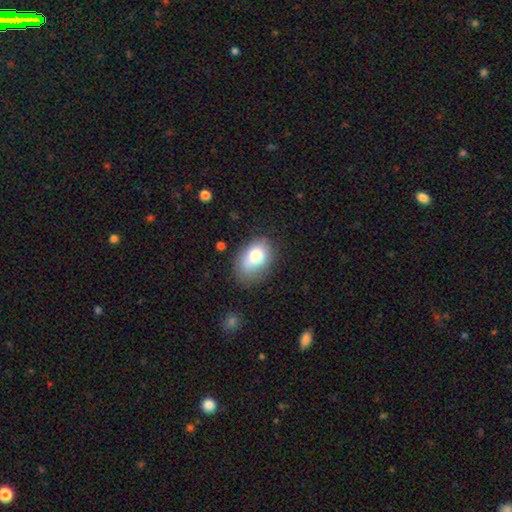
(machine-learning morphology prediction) Overall: smooth (78%). How rounded: in between (83%). Merging: none (65%; minor disturbance 25%).